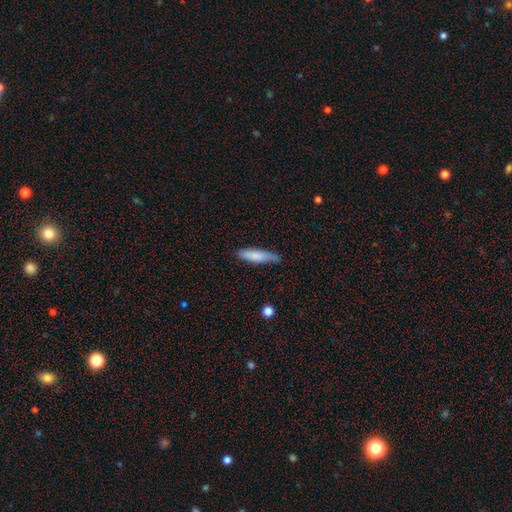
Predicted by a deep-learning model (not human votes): smooth_or_featured: smooth (p=0.80) [alt: featured or disk p=0.14]
how_rounded: cigar-shaped (p=0.70) [alt: in between p=0.29]
merging: none (p=0.67) [alt: minor disturbance p=0.27]